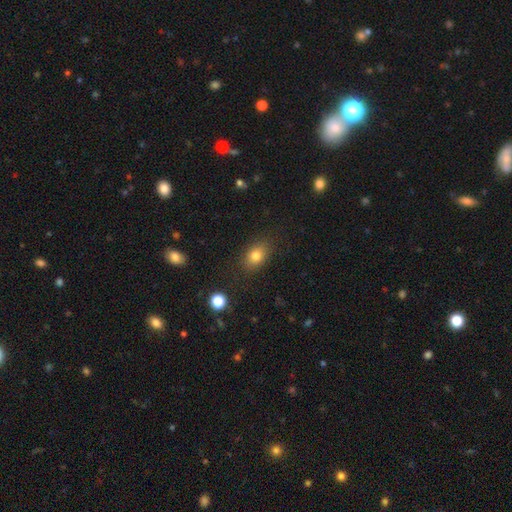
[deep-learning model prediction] Overall: smooth (81%). How rounded: in between (74%). Merging: none (82%).